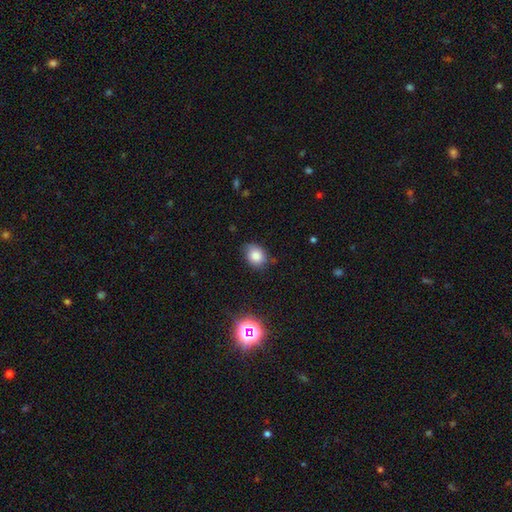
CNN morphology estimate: This appears to be a smooth galaxy with no disk features (81%) that is in between round and cigar-shaped (57%). Merging: none (70%).